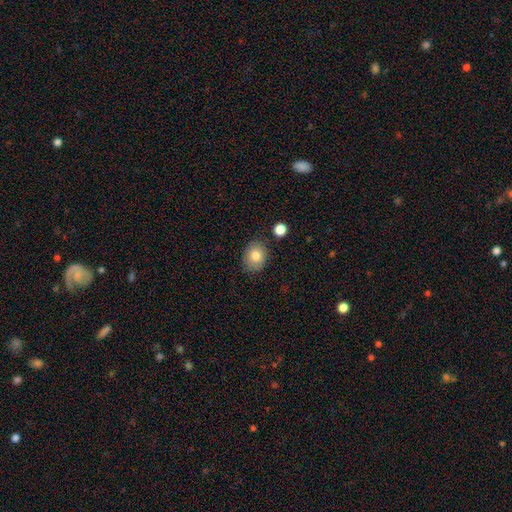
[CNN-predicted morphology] Overall: smooth (82%). How rounded: round (55%; in between 44%). Merging: none (82%).